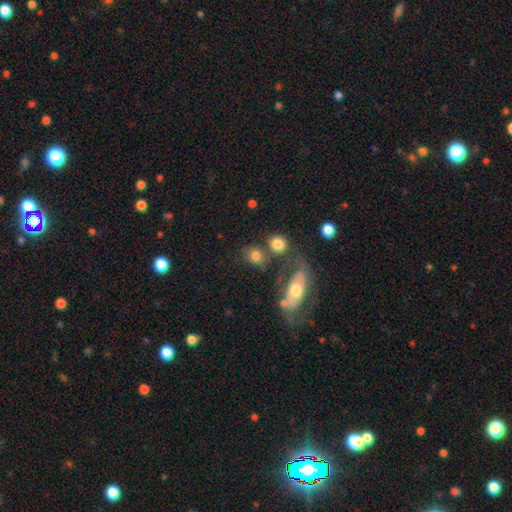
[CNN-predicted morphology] smooth_or_featured: smooth (p=0.76) [alt: featured or disk p=0.14]
how_rounded: round (p=0.58) [alt: in between p=0.39]
merging: none (p=0.54) [alt: merger p=0.24]